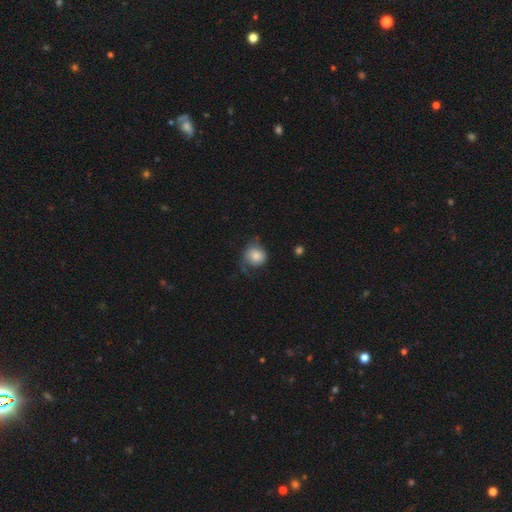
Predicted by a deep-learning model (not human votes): Q: Smooth or featured?
A: smooth (73%); runner-up: featured or disk (19%)
Q: How rounded?
A: round (80%); runner-up: in between (19%)
Q: Merging?
A: none (47%); runner-up: minor disturbance (30%)